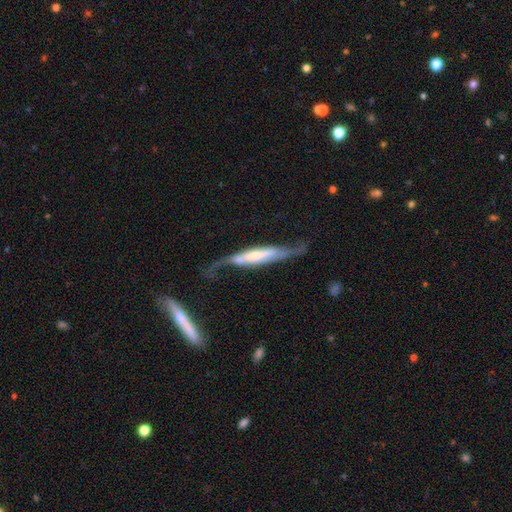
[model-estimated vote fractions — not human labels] Morphology: type=featured or disk (74%); edge-on=yes (51%); merging=none (51%).